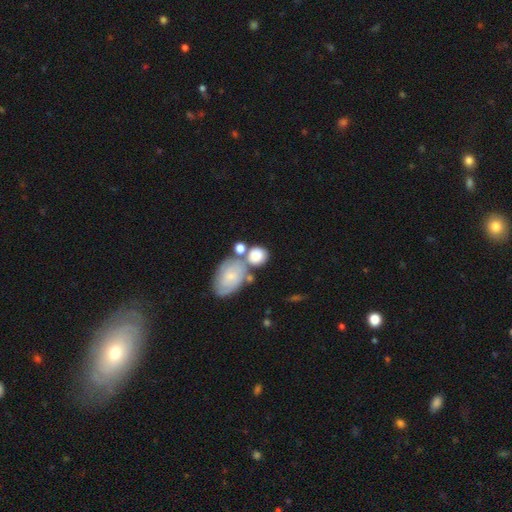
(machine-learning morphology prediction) A smooth galaxy with no disk features (73%) that is round (61%). Merging: none (44%).